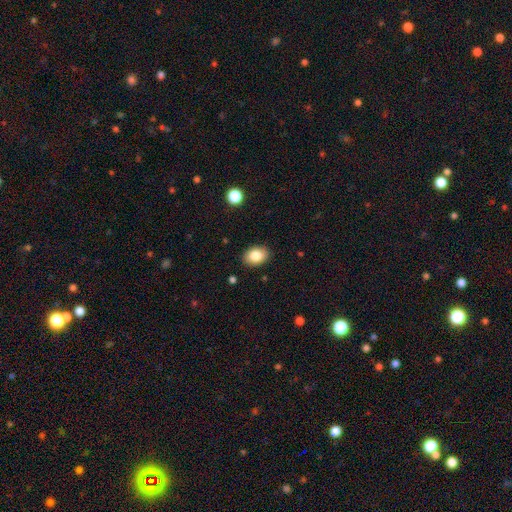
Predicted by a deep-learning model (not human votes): Overall: smooth (84%). How rounded: in between (78%). Merging: none (88%).